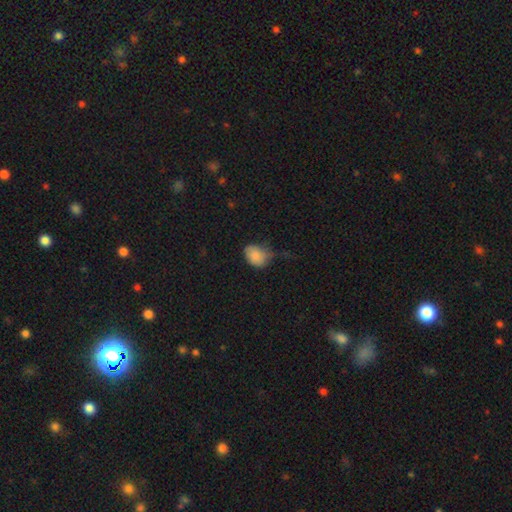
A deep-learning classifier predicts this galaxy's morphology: A smooth galaxy with no disk features (85%) that is in between round and cigar-shaped (64%). Merging: none (45%).